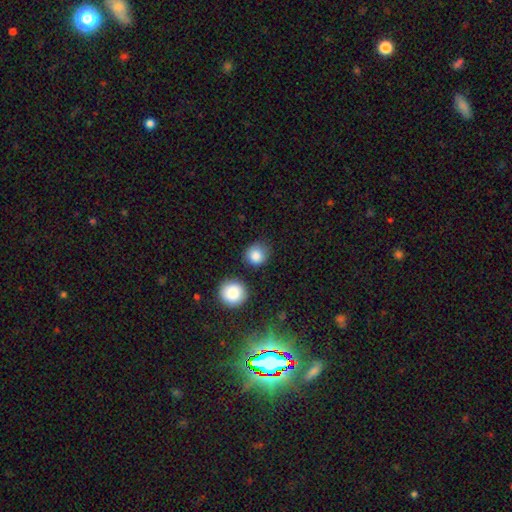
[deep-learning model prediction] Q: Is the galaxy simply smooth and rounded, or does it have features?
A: smooth — 85%.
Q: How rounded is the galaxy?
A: round — 87%.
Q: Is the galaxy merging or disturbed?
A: none — 76%.